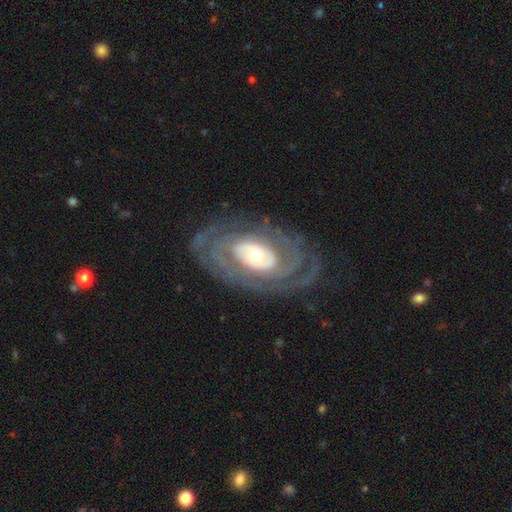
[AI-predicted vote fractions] This appears to be a featured or disk galaxy (87%) with no bar (66%), tight (69%) spiral arms (90%) and a moderate central bulge (61%). Merging: none (76%).